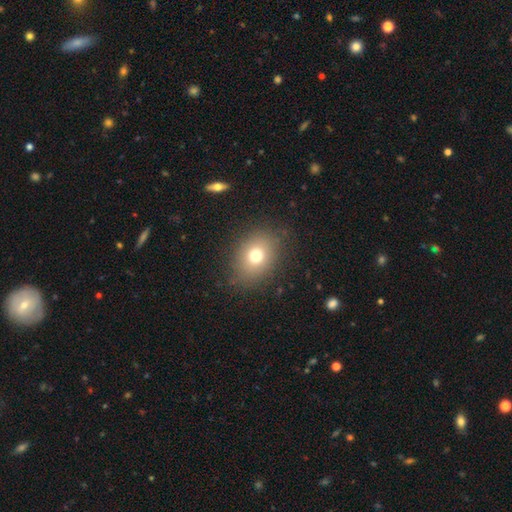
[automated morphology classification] Smooth or featured: smooth — 73% (star or artifact — 14%)
How rounded: in between — 58% (round — 41%)
Merging: none — 83% (minor disturbance — 11%)